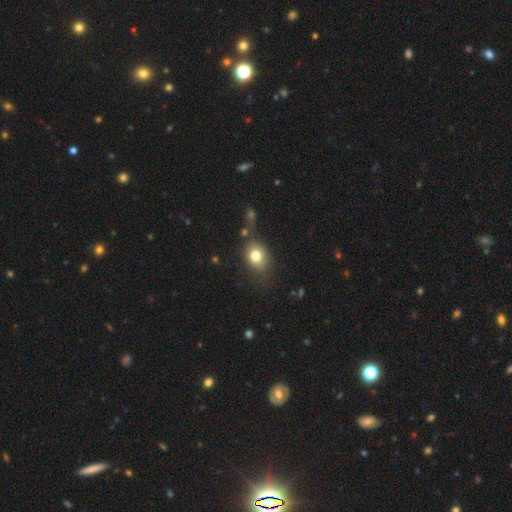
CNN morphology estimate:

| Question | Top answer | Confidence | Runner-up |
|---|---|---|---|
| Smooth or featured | smooth | 78% | featured or disk (11%) |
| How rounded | in between | 54% | round (44%) |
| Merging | none | 62% | minor disturbance (20%) |